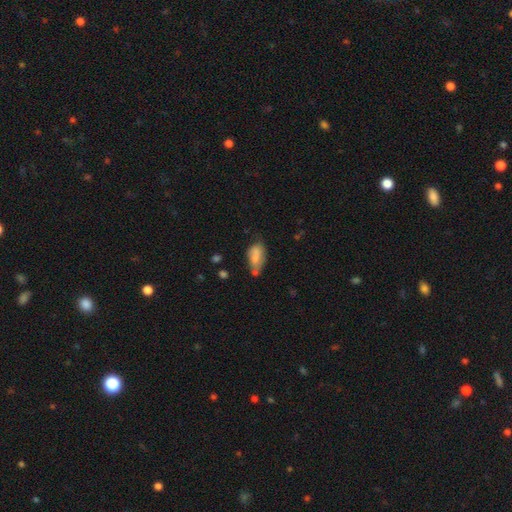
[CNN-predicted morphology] A smooth galaxy with no disk features (70%) that is in between round and cigar-shaped (87%). Merging: none (40%).